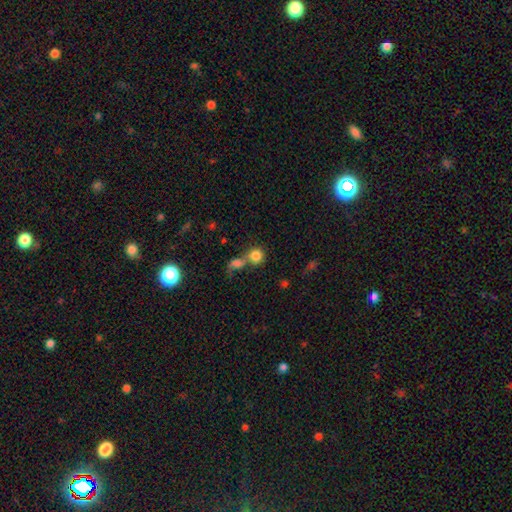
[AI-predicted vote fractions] Morphology: type=smooth (80%); roundness=round (86%); merging=merger (51%).